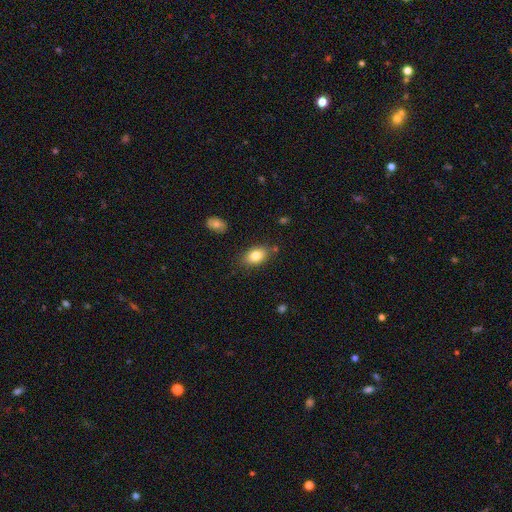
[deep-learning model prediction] Q: Smooth or featured?
A: smooth (81%); runner-up: featured or disk (10%)
Q: How rounded?
A: in between (83%); runner-up: round (15%)
Q: Merging?
A: none (79%); runner-up: minor disturbance (15%)